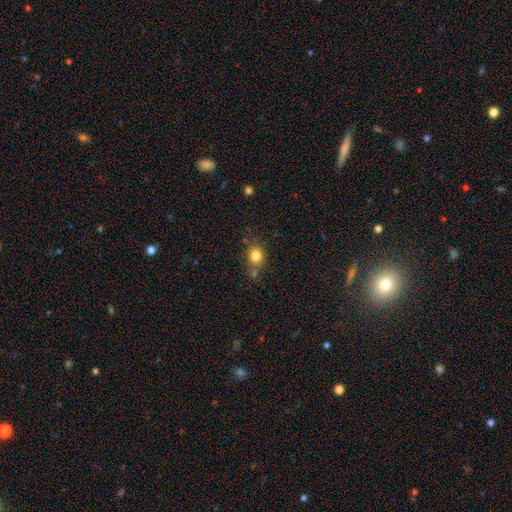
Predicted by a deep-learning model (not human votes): A smooth galaxy with no disk features (81%) that is round (69%). Merging: none (66%).